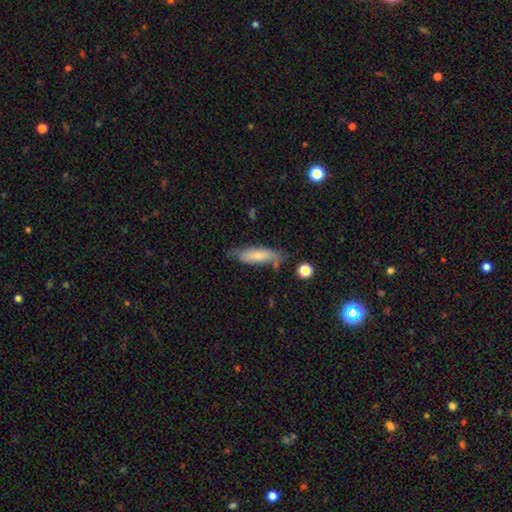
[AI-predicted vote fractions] Overall: smooth (63%; featured or disk 29%). How rounded: cigar-shaped (62%; in between 36%). Merging: none (70%).